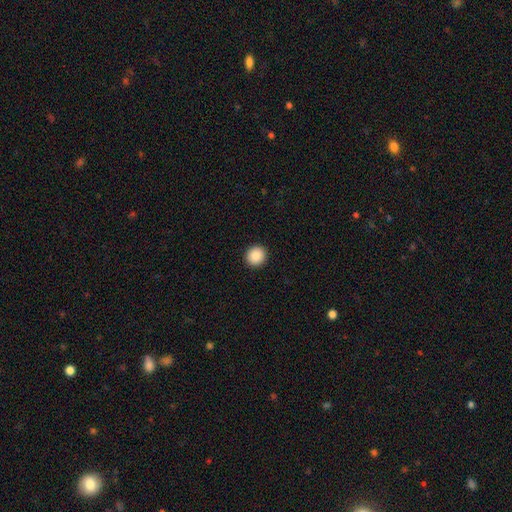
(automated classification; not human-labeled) Smooth or featured: smooth — 89% (star or artifact — 8%)
How rounded: round — 91% (in between — 8%)
Merging: none — 93% (minor disturbance — 4%)